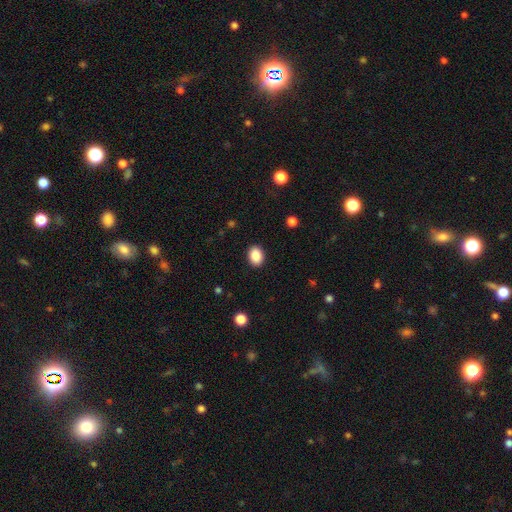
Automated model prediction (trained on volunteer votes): Q: Smooth or featured?
A: smooth (88%); runner-up: star or artifact (8%)
Q: How rounded?
A: in between (72%); runner-up: round (27%)
Q: Merging?
A: none (90%); runner-up: minor disturbance (7%)